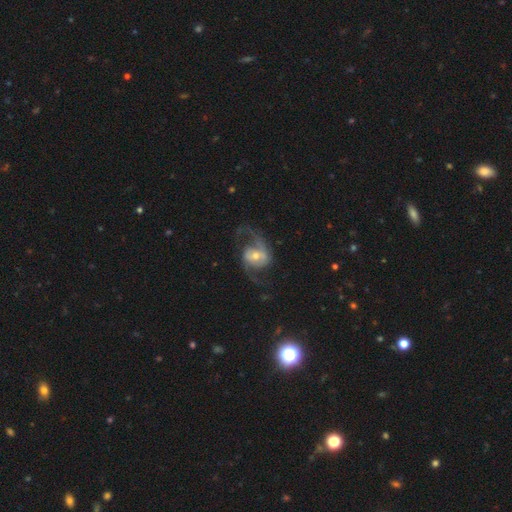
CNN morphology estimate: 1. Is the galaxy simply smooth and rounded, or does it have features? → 83% featured or disk, 11% smooth, 5% star or artifact.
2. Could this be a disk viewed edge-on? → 97% no, 3% yes.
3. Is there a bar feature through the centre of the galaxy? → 40% weak, 38% no, 22% strong.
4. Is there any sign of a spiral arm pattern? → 93% yes, 7% no.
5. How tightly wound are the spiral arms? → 52% loose, 40% medium, 8% tight.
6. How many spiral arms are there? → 90% 2, 3% 1, 3% can't tell, 1% 3, 1% 4, 1% more than 4.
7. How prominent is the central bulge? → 54% moderate, 36% small, 7% large, 2% none, 1% dominant.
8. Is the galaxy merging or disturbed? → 64% none, 19% major disturbance, 15% minor disturbance, 2% merger.